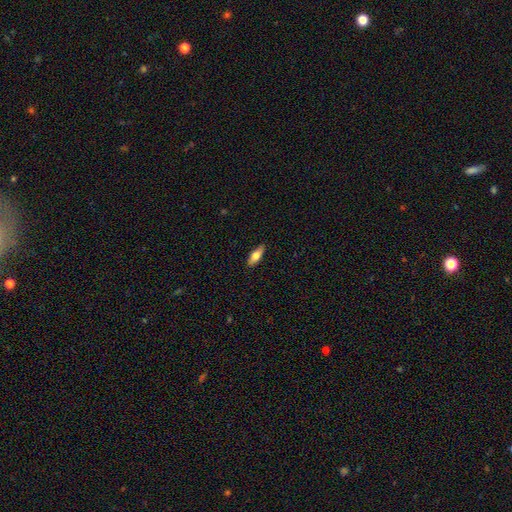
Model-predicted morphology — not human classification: This appears to be a smooth galaxy with no disk features (69%) that is in between round and cigar-shaped (67%). Merging: none (89%).